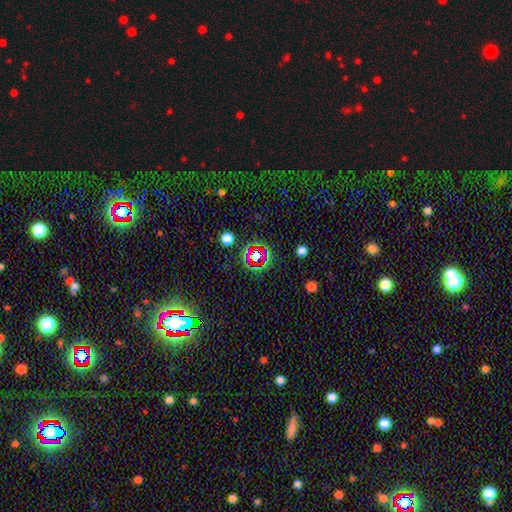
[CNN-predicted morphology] A star or artifact, not a galaxy (61%).